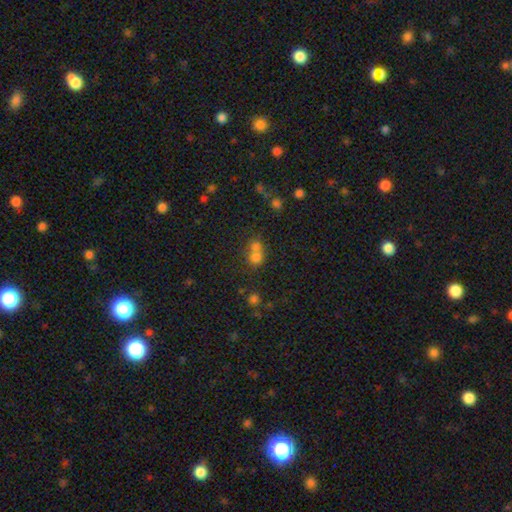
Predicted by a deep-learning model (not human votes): This appears to be a smooth galaxy with no disk features (65%) that is round (72%). Merging: merger (60%).